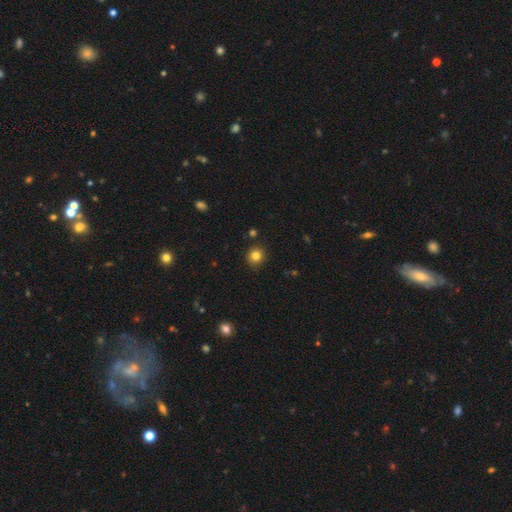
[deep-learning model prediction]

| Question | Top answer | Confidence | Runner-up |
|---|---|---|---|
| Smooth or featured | smooth | 82% | star or artifact (12%) |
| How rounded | round | 89% | in between (10%) |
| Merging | none | 88% | minor disturbance (8%) |